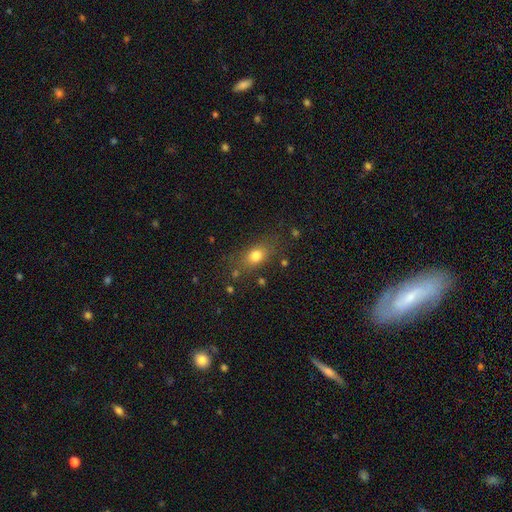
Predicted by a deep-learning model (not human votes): This appears to be a smooth galaxy with no disk features (78%) that is in between round and cigar-shaped (68%). Merging: none (74%).